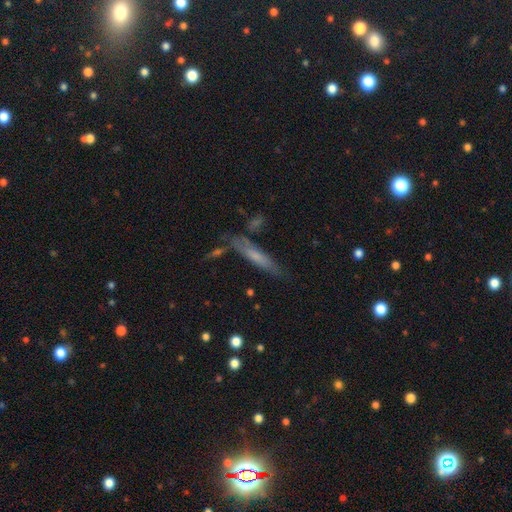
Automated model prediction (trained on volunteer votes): The model was most divided on "smooth or featured": smooth: 53%, featured or disk: 38%, star or artifact: 8%. More confident: how rounded — cigar-shaped (88%); merging — none (72%).